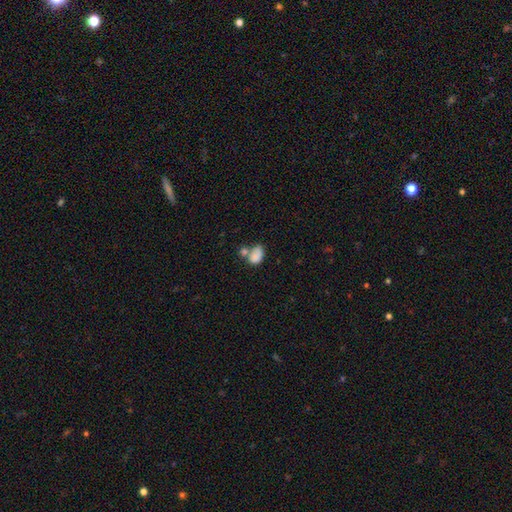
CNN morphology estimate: type=smooth (79%); roundness=in between (78%); merging=merger (46%).